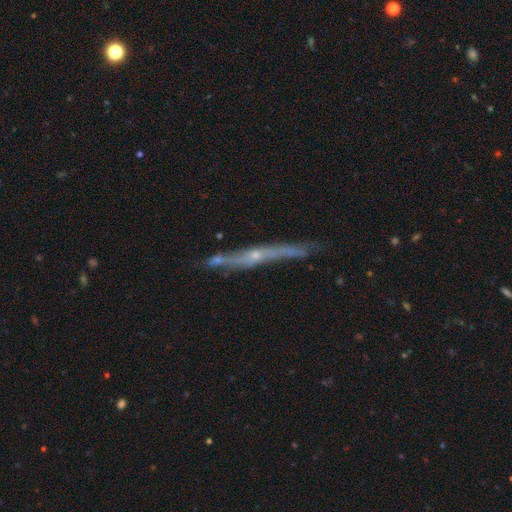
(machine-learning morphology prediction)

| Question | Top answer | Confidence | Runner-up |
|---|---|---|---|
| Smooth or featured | featured or disk | 73% | smooth (19%) |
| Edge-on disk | yes | 89% | no (11%) |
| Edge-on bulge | rounded | 56% | none (39%) |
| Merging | none | 68% | minor disturbance (20%) |